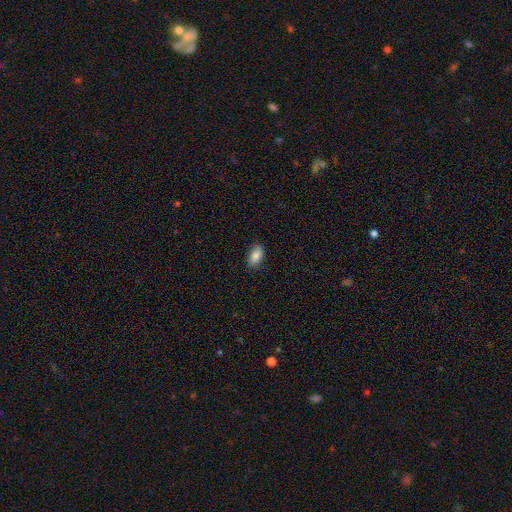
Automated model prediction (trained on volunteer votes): Q: Smooth or featured?
A: smooth (84%); runner-up: featured or disk (8%)
Q: How rounded?
A: in between (92%); runner-up: round (4%)
Q: Merging?
A: none (83%); runner-up: minor disturbance (13%)